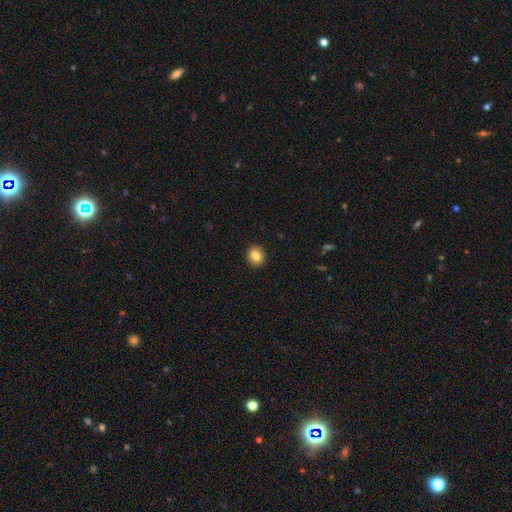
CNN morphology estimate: smooth 84%, star or artifact 10%, featured or disk 7%. Down the decision tree: how rounded — round (84%); merging — none (93%).